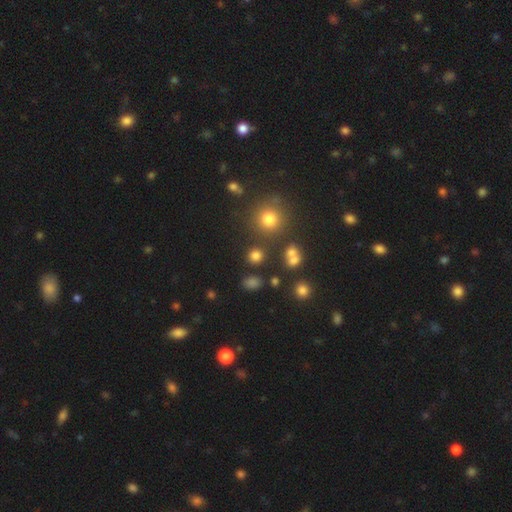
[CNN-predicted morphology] Q: Smooth or featured?
A: smooth (75%); runner-up: star or artifact (18%)
Q: How rounded?
A: round (85%); runner-up: in between (14%)
Q: Merging?
A: none (80%); runner-up: minor disturbance (8%)